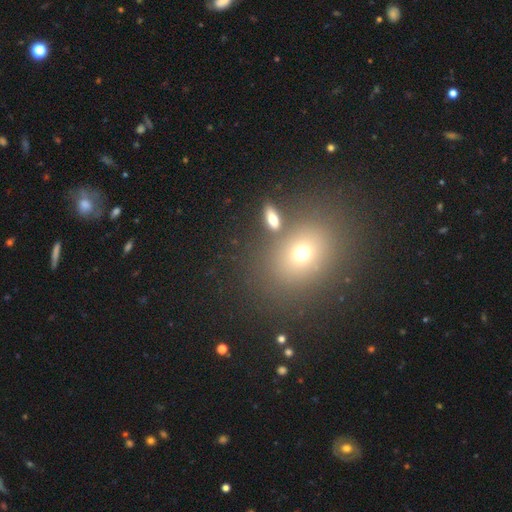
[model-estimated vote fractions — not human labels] Smooth or featured? smooth (58%)
How rounded? round (57%)
Merging? none (82%)